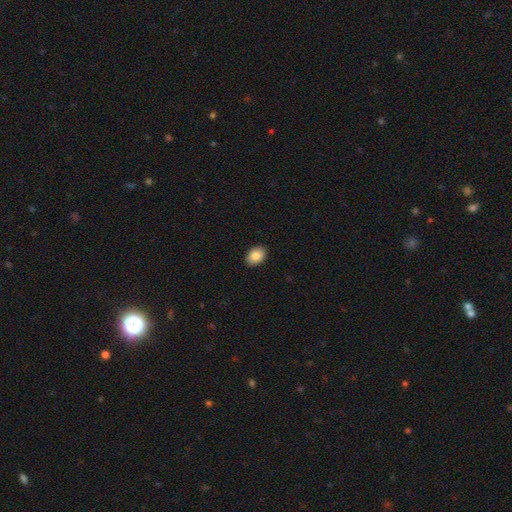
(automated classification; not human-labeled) Morphology: type=smooth (86%); roundness=in between (83%); merging=none (90%).